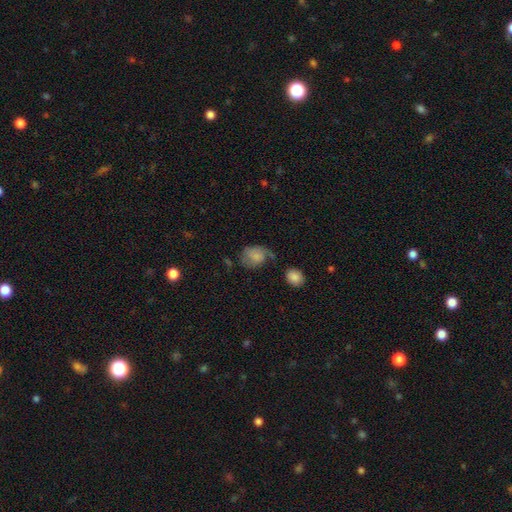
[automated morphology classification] A smooth galaxy with no disk features (61%) that is in between round and cigar-shaped (55%). Merging: none (35%).